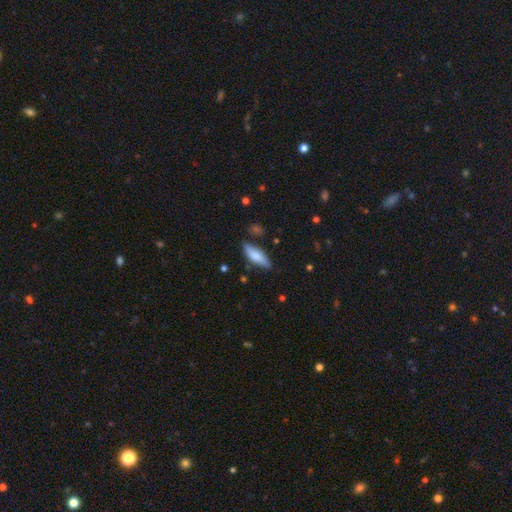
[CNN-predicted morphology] type=smooth (66%); roundness=in between (58%); merging=none (75%).